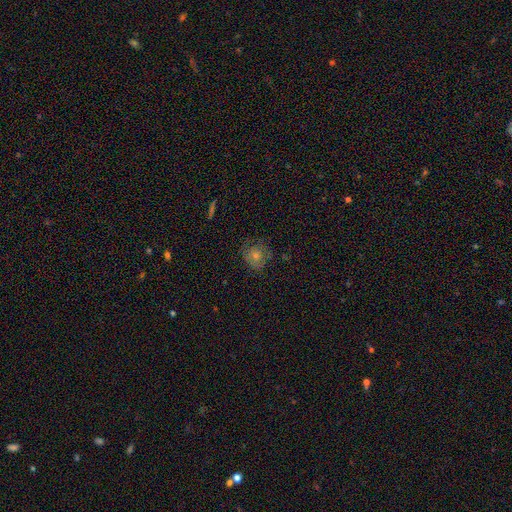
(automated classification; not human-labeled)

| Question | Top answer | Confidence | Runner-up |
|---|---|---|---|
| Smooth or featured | smooth | 43% | featured or disk (37%) |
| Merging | none | 76% | minor disturbance (16%) |